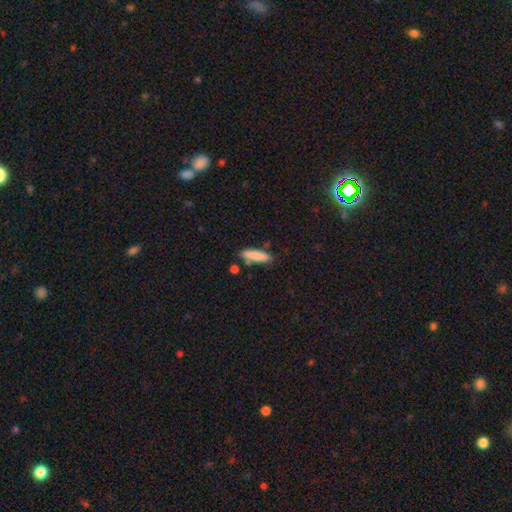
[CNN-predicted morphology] This is clearly a smooth galaxy (85%). How rounded: likely cigar-shaped (68%). Merging: likely none (74%).